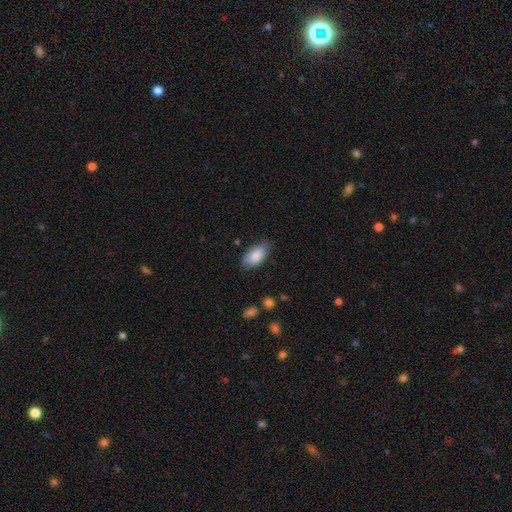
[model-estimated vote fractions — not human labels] A smooth galaxy with no disk features (82%) that is in between round and cigar-shaped (93%).

Vote fractions:
- Smooth or featured? smooth: 82% / featured or disk: 11% / star or artifact: 6%
- How rounded? in between: 93% / cigar-shaped: 4% / round: 3%
- Merging? none: 72% / minor disturbance: 22% / major disturbance: 4% / merger: 1%